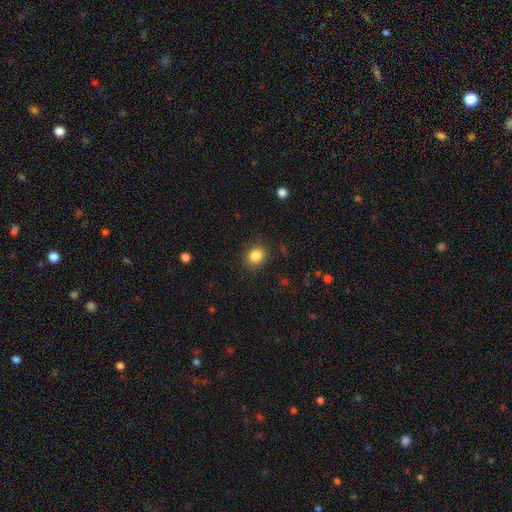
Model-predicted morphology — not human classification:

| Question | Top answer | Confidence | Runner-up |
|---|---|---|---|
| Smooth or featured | smooth | 85% | star or artifact (10%) |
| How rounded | round | 65% | in between (34%) |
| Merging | none | 85% | minor disturbance (10%) |